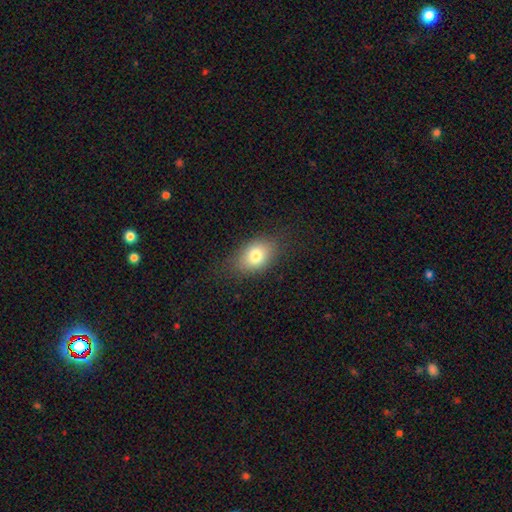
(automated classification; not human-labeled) Smooth or featured?
  - smooth: 78% *
  - featured or disk: 12%
  - star or artifact: 10%
How rounded?
  - in between: 80% *
  - round: 19%
  - cigar-shaped: 1%
Merging?
  - none: 80% *
  - minor disturbance: 14%
  - major disturbance: 5%
  - merger: 1%